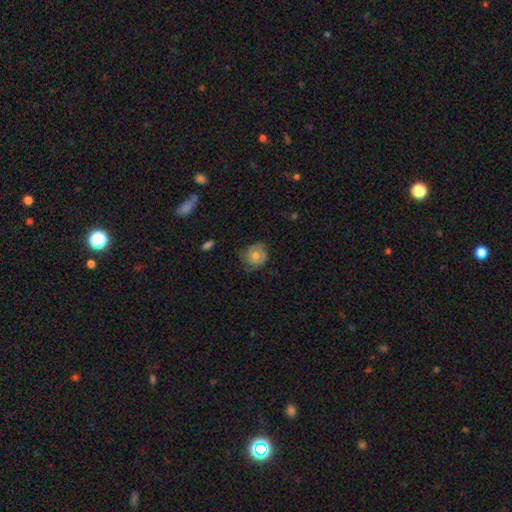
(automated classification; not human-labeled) A smooth galaxy with no disk features (54%) that is round (82%).

Vote fractions:
- Smooth or featured? smooth: 54% / featured or disk: 38% / star or artifact: 9%
- How rounded? round: 82% / in between: 17% / cigar-shaped: 1%
- Merging? none: 68% / minor disturbance: 24% / major disturbance: 7% / merger: 1%